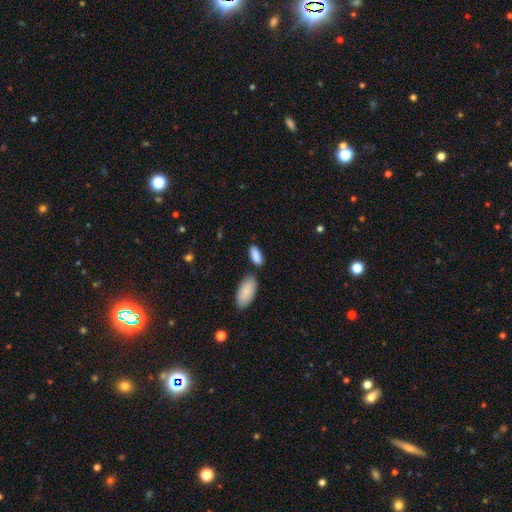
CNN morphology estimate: The model was most divided on "merging": none: 69%, minor disturbance: 14%, merger: 13%, major disturbance: 4%. More confident: smooth or featured — smooth (87%); how rounded — in between (84%).